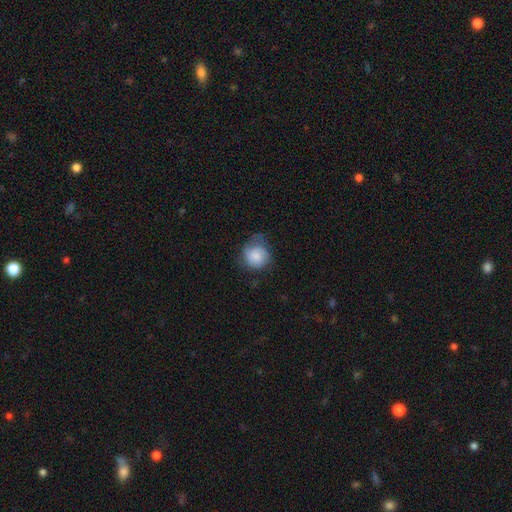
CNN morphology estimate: smooth-or-featured: smooth: 72% | featured or disk: 21% | star or artifact: 7%
  how-rounded: round: 82% | in between: 18% | cigar-shaped: 1%
  merging: none: 47% | minor disturbance: 33% | major disturbance: 19% | merger: 1%